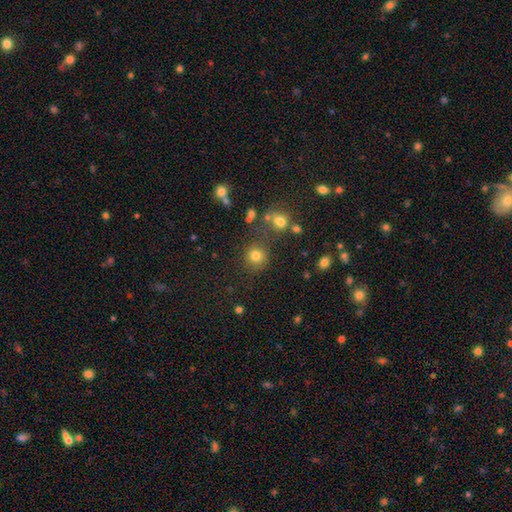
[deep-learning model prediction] smooth-or-featured: smooth: 78% | star or artifact: 16% | featured or disk: 6%
  how-rounded: round: 90% | in between: 9% | cigar-shaped: 1%
  merging: none: 77% | minor disturbance: 10% | merger: 9% | major disturbance: 5%